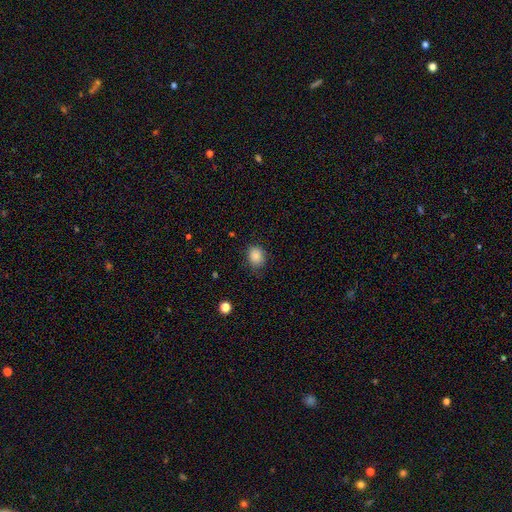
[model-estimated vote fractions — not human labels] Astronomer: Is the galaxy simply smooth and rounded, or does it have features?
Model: smooth — 87%.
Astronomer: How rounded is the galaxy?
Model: round — 55% (runner-up: in between, 44%).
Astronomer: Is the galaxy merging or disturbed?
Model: none — 74%.